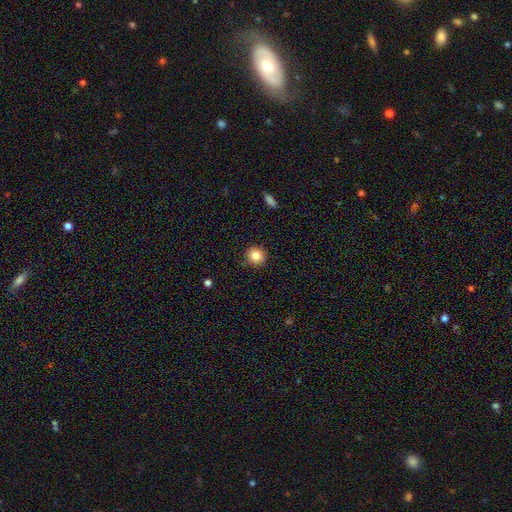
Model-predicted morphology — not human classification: smooth-or-featured: smooth: 83% | star or artifact: 10% | featured or disk: 7%
  how-rounded: round: 89% | in between: 10% | cigar-shaped: 1%
  merging: none: 88% | minor disturbance: 8% | major disturbance: 2% | merger: 1%